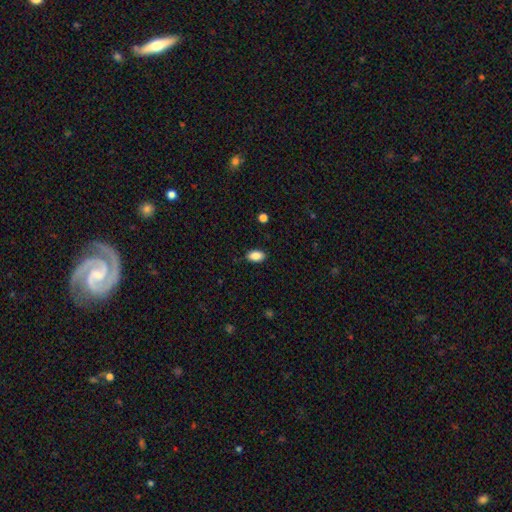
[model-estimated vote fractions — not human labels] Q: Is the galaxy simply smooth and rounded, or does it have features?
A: smooth — 88%.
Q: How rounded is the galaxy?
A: in between — 92%.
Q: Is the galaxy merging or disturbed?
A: none — 87%.